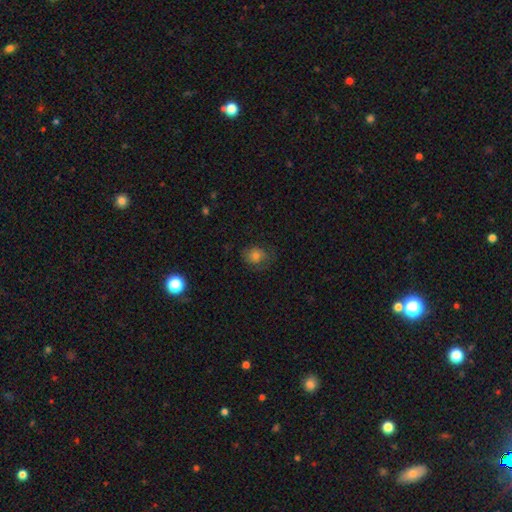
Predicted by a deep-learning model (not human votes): Smooth or featured: smooth — 69% (featured or disk — 18%)
How rounded: round — 56% (in between — 43%)
Merging: none — 62% (minor disturbance — 23%)